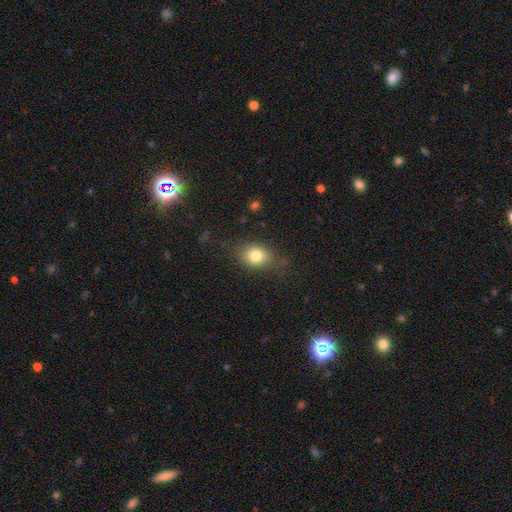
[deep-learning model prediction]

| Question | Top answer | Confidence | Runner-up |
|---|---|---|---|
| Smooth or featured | smooth | 79% | featured or disk (11%) |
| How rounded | in between | 57% | round (41%) |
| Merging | none | 72% | minor disturbance (19%) |